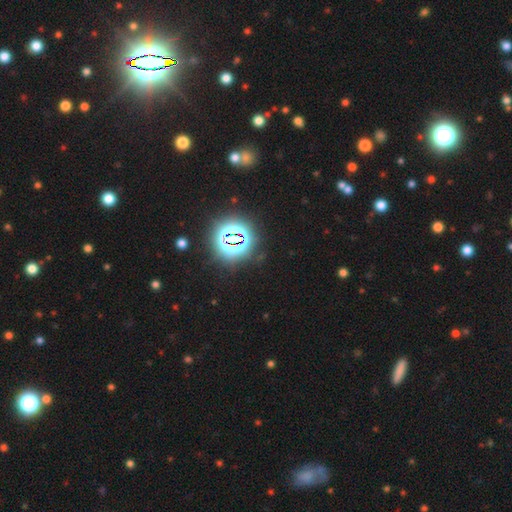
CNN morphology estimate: Overall: star or artifact (80%).